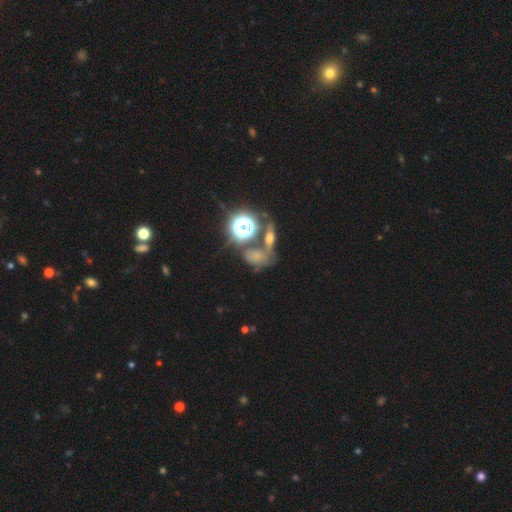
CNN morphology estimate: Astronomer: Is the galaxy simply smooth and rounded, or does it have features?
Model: smooth — 46% (runner-up: star or artifact, 32%).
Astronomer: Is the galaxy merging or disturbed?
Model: none — 42% (runner-up: merger, 34%).